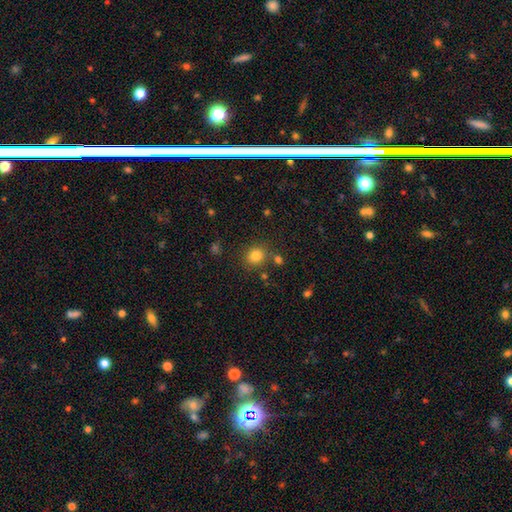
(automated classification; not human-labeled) Overall: smooth (82%). How rounded: round (78%). Merging: none (80%).